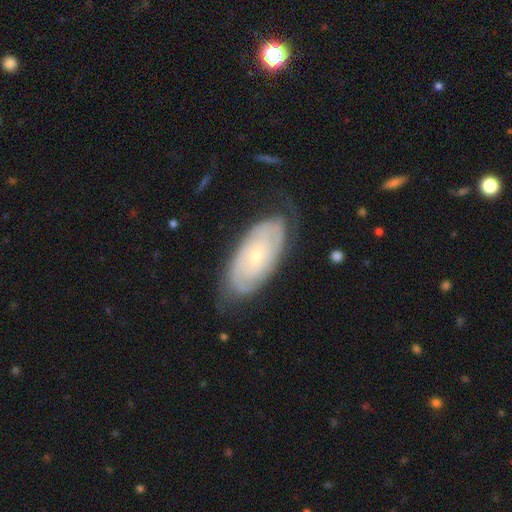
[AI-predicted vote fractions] Overall: featured or disk (74%). Edge-on disk: no (93%). Bar: no (77%). Spiral arms: yes (87%). Spiral arm count: can't tell (48%; 2 33%). Spiral winding: tight (74%). Bulge size: small (74%). Merging: none (71%).